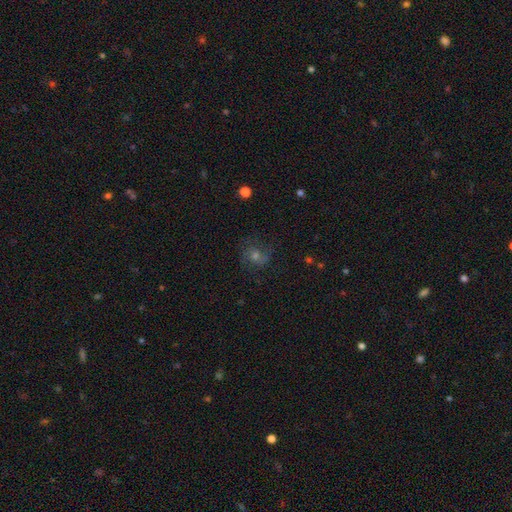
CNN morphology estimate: This appears to be a featured or disk galaxy (48%). Merging: none (73%).